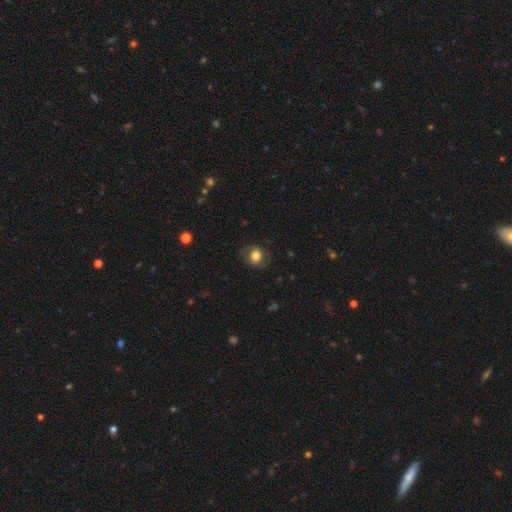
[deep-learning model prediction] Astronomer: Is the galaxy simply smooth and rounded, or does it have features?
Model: smooth — 74%.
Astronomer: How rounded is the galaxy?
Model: round — 71%.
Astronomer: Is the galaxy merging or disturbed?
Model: none — 77%.